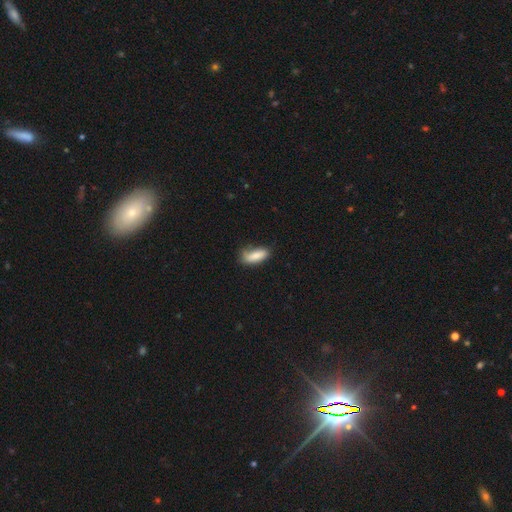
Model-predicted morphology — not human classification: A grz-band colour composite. It shows a smooth galaxy with no disk features (83%) that is in between round and cigar-shaped (71%). Merging: none (59%).